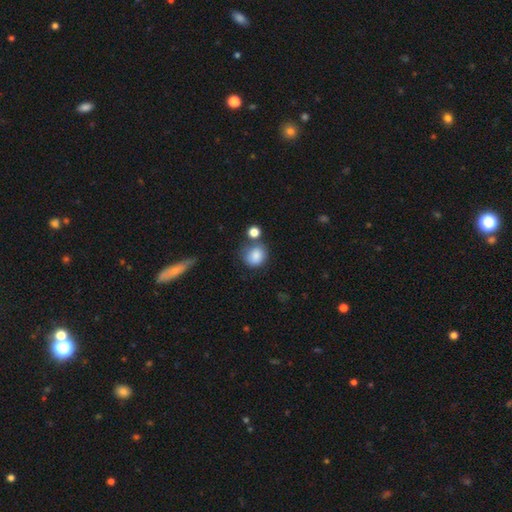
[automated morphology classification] Overall: smooth (85%). How rounded: round (75%). Merging: none (58%; minor disturbance 19%).